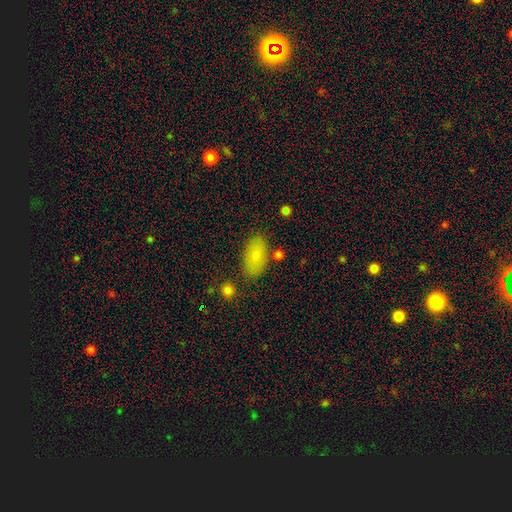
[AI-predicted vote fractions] Q: Smooth or featured?
A: smooth (80%); runner-up: featured or disk (12%)
Q: How rounded?
A: in between (93%); runner-up: round (4%)
Q: Merging?
A: none (79%); runner-up: minor disturbance (13%)